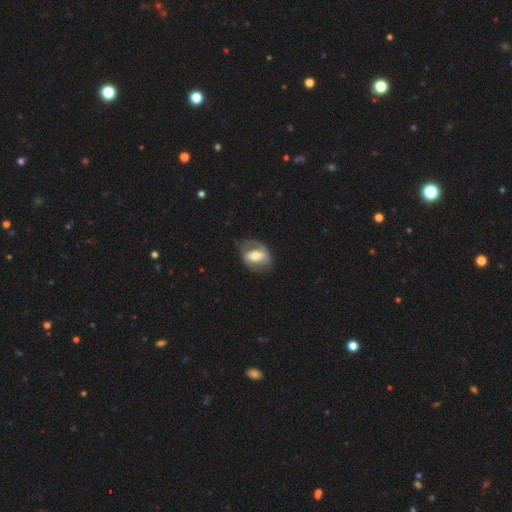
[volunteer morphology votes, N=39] Smooth or featured? featured or disk (69%)
Edge-on disk? no (93%)
Bar? weak (44%)
Spiral arms? yes (64%)
Spiral winding? medium (62%)
Spiral arm count? 2 (62%)
Bulge size? moderate (80%)
Merging? none (75%)